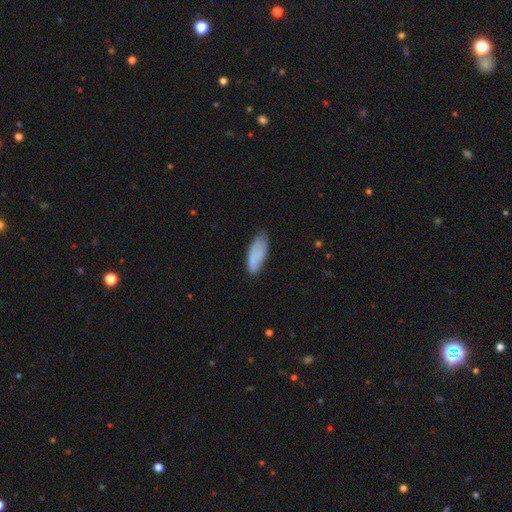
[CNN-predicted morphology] Smooth or featured?
  - smooth: 78% *
  - featured or disk: 15%
  - star or artifact: 7%
How rounded?
  - in between: 70% *
  - cigar-shaped: 29%
  - round: 2%
Merging?
  - none: 62% *
  - minor disturbance: 29%
  - major disturbance: 7%
  - merger: 2%